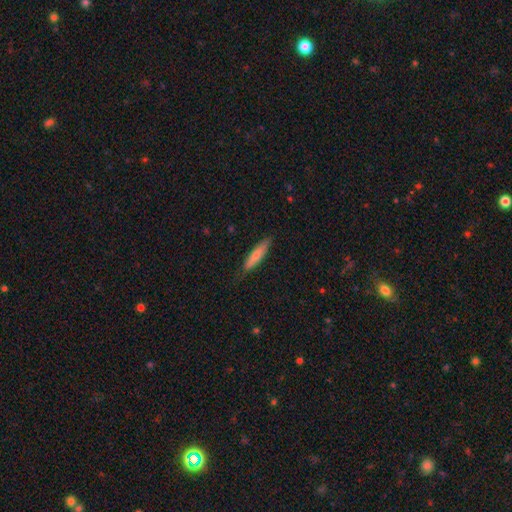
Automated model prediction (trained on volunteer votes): Smooth or featured: smooth — 75% (featured or disk — 19%)
How rounded: cigar-shaped — 82% (in between — 17%)
Merging: none — 80% (minor disturbance — 16%)